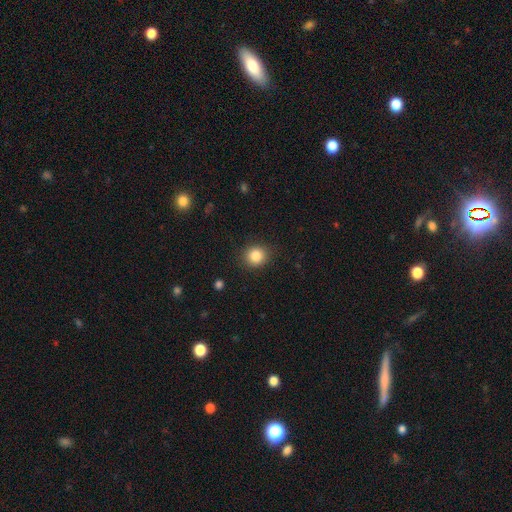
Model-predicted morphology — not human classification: Q: Smooth or featured?
A: smooth (85%); runner-up: star or artifact (10%)
Q: How rounded?
A: round (85%); runner-up: in between (14%)
Q: Merging?
A: none (89%); runner-up: minor disturbance (8%)